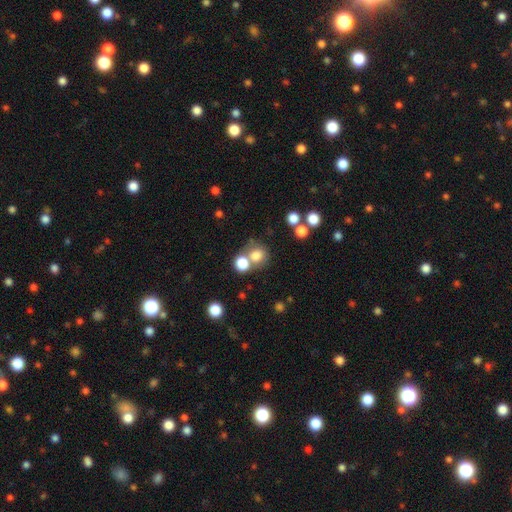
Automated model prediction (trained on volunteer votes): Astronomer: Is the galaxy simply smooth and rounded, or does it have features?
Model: smooth — 77%.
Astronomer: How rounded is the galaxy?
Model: round — 84%.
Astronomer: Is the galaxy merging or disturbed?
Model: none — 55% (runner-up: merger, 31%).